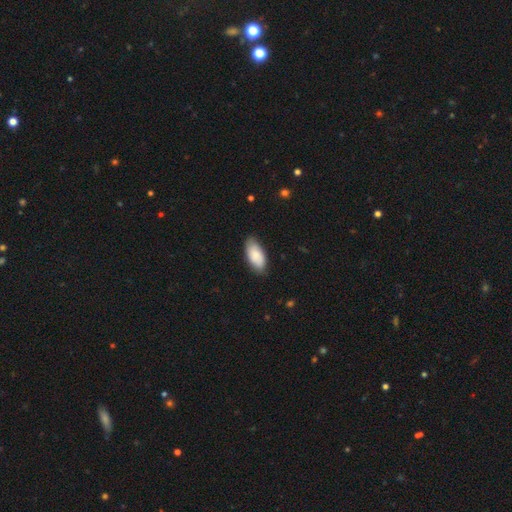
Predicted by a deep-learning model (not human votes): Overall: smooth (83%). How rounded: in between (92%). Merging: none (81%).